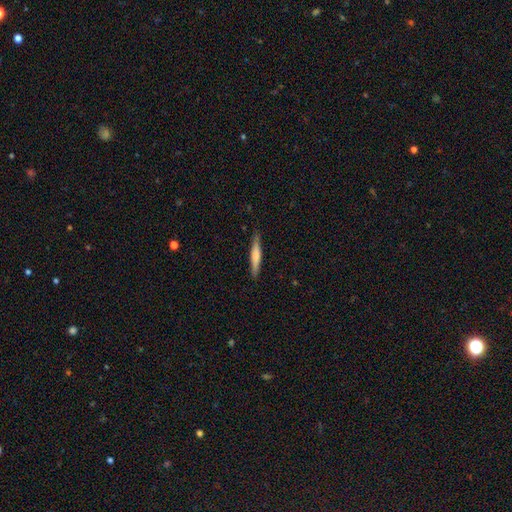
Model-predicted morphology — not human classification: Smooth or featured? smooth (57%)
How rounded? cigar-shaped (93%)
Merging? none (86%)